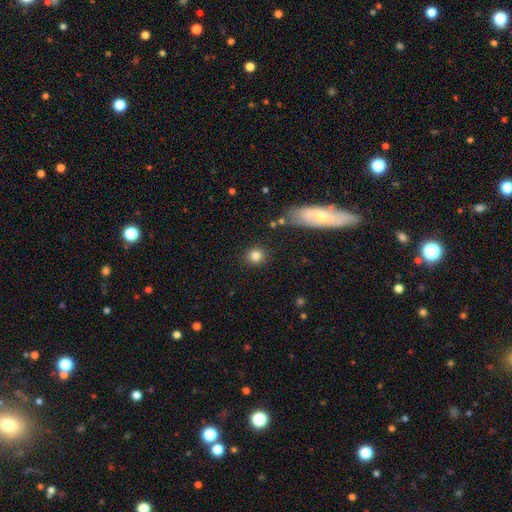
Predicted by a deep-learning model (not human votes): Morphology: type=smooth (83%); roundness=round (88%); merging=none (87%).